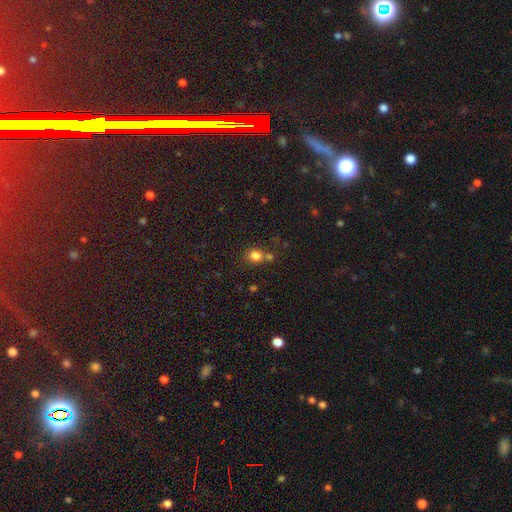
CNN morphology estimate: This is likely a smooth galaxy (79%). How rounded: likely round (76%). Merging: possibly none (59%).